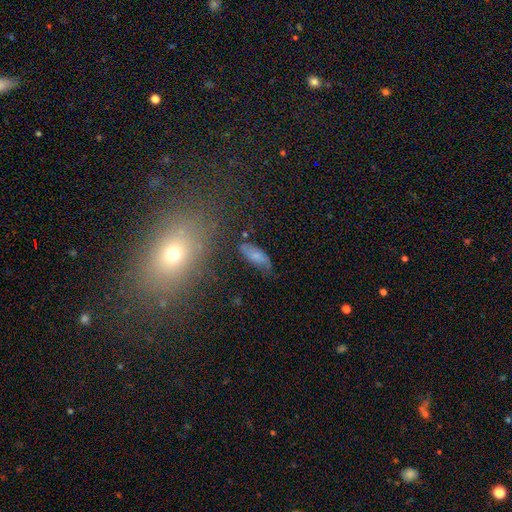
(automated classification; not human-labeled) Overall: smooth (64%; featured or disk 26%). How rounded: in between (75%). Merging: none (60%; minor disturbance 27%).